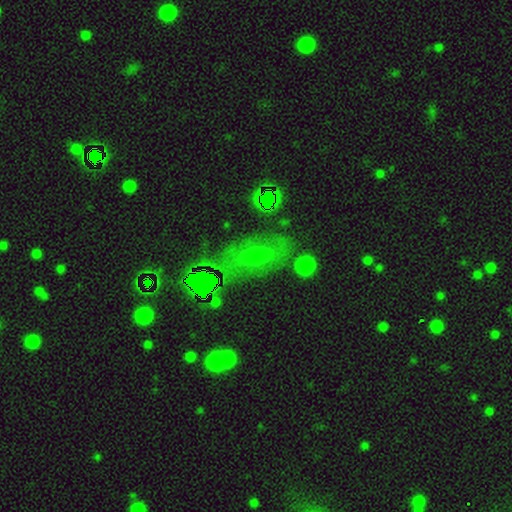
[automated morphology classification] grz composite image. It shows a smooth galaxy with no disk features (41%). Merging: none (67%).